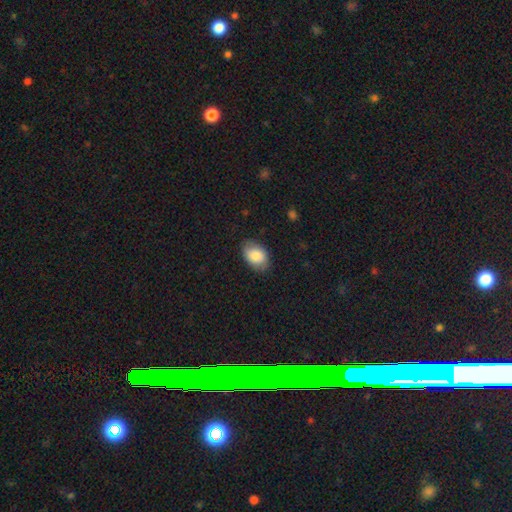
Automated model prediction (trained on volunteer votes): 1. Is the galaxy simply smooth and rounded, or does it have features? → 85% smooth, 8% featured or disk, 7% star or artifact.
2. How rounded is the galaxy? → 87% in between, 12% round, 1% cigar-shaped.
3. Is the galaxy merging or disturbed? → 81% none, 15% minor disturbance, 3% major disturbance, 1% merger.